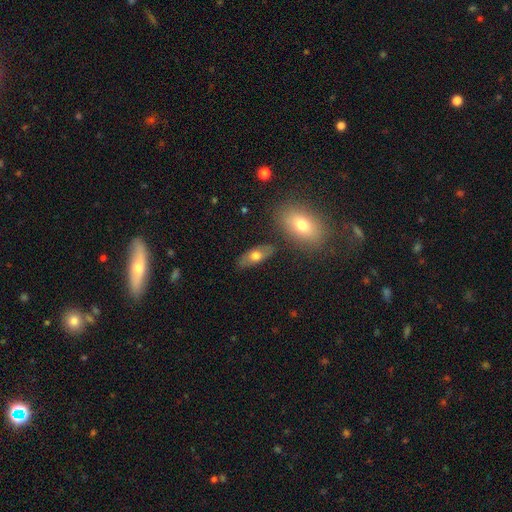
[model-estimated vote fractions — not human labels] The model was most divided on "smooth or featured": smooth: 65%, featured or disk: 28%, star or artifact: 7%. More confident: how rounded — in between (82%); merging — none (78%).